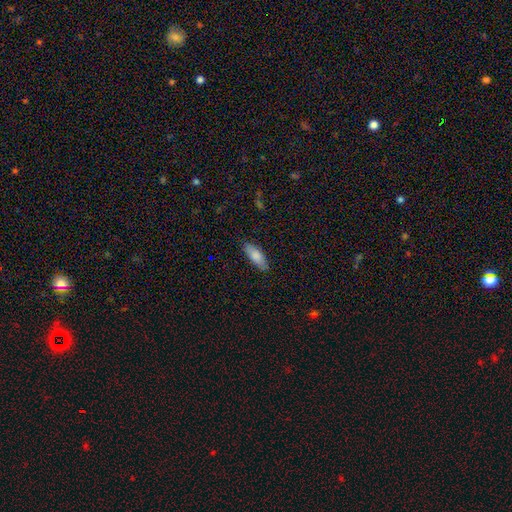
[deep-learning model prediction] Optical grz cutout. It shows a smooth galaxy with no disk features (81%) that is in between round and cigar-shaped (73%). Merging: none (86%).